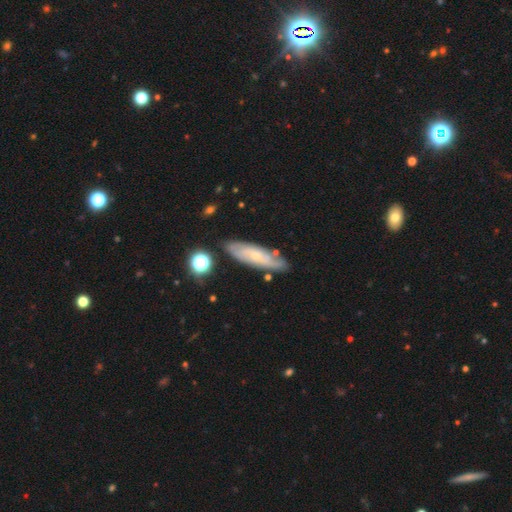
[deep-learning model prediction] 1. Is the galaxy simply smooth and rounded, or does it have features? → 60% featured or disk, 32% smooth, 8% star or artifact.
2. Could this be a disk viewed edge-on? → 72% no, 28% yes.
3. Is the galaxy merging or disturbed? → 78% none, 15% minor disturbance, 4% merger, 3% major disturbance.